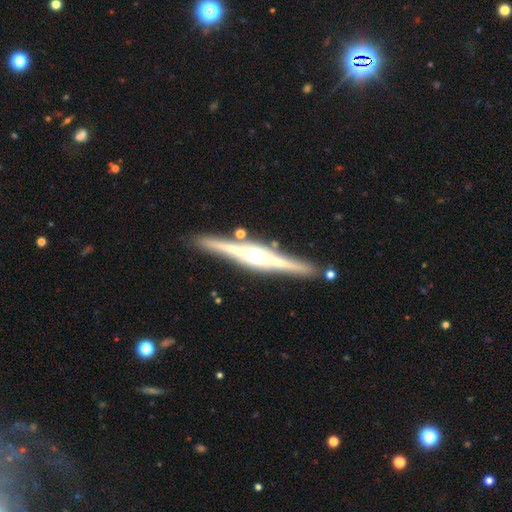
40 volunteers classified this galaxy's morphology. featured or disk 88%, smooth 8%, star or artifact 5%. Down the decision tree: edge-on disk — yes (94%); edge-on bulge — rounded (94%); merging — none (87%).